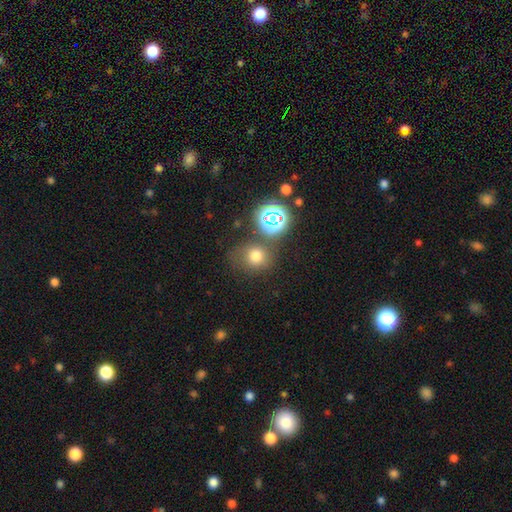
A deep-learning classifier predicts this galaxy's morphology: Overall: smooth (69%). How rounded: round (76%). Merging: none (66%).